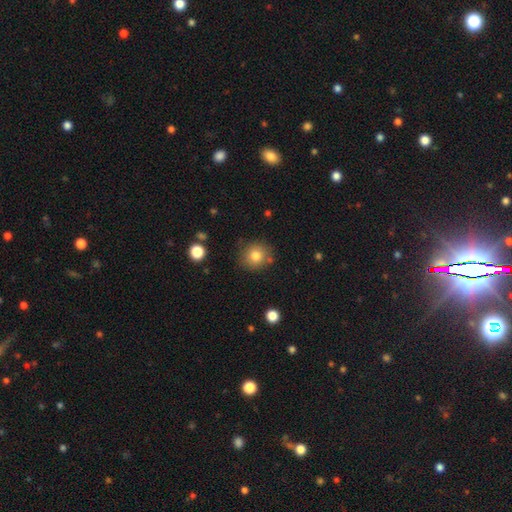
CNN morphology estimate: The model was most divided on "smooth or featured": smooth: 79%, star or artifact: 11%, featured or disk: 10%. More confident: how rounded — round (87%); merging — none (81%).